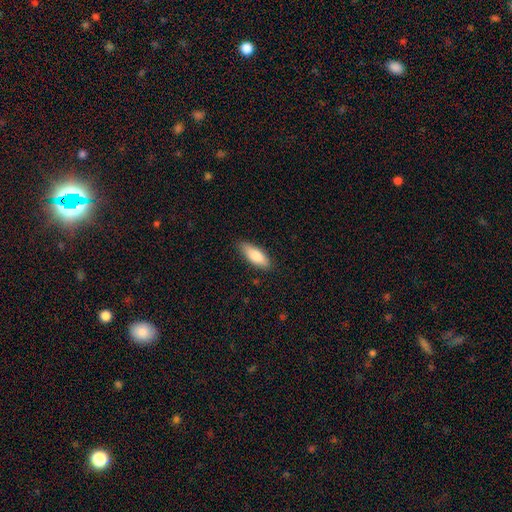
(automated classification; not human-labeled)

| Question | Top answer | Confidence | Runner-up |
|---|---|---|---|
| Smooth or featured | smooth | 82% | featured or disk (12%) |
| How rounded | in between | 70% | cigar-shaped (29%) |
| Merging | none | 85% | minor disturbance (12%) |